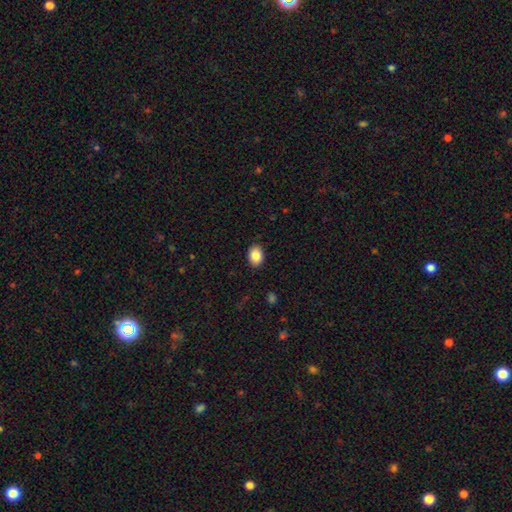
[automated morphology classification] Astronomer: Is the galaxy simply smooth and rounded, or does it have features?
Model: smooth — 88%.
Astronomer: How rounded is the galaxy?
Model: in between — 68%.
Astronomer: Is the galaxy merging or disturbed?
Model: none — 89%.